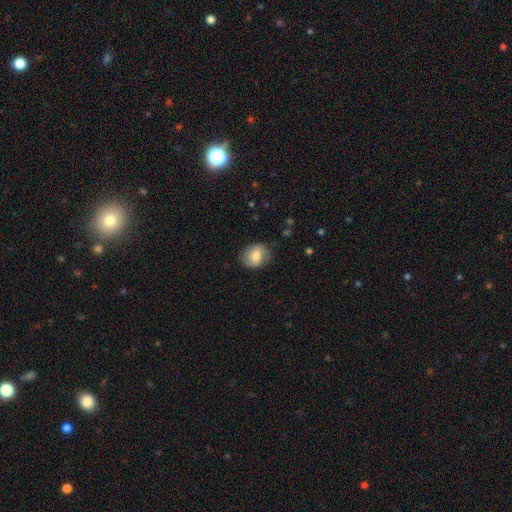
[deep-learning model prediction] Smooth or featured?
  - smooth: 65% *
  - featured or disk: 27%
  - star or artifact: 8%
How rounded?
  - round: 58% *
  - in between: 41%
  - cigar-shaped: 1%
Merging?
  - none: 72% *
  - minor disturbance: 21%
  - major disturbance: 6%
  - merger: 1%